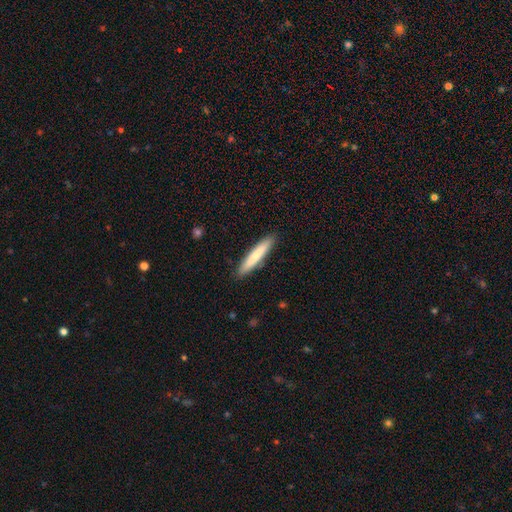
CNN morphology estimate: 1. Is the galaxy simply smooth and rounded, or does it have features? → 76% smooth, 19% featured or disk, 5% star or artifact.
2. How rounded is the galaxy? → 92% cigar-shaped, 7% in between, 1% round.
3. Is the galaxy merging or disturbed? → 90% none, 7% minor disturbance, 1% major disturbance, 1% merger.